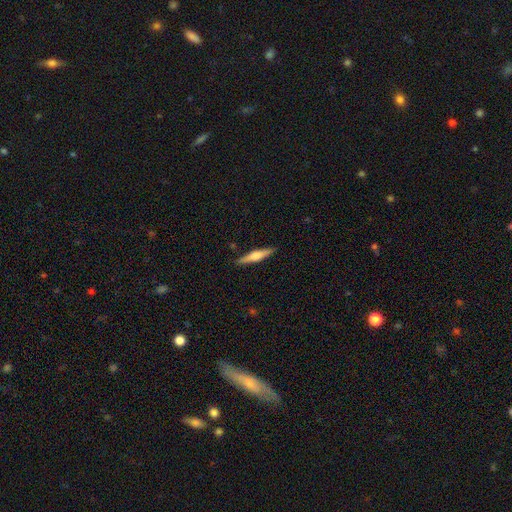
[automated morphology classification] smooth_or_featured: featured or disk (p=0.57) [alt: smooth p=0.38]
disk_edge_on: yes (p=0.97) [alt: no p=0.03]
edge_on_bulge: rounded (p=0.85) [alt: boxy p=0.10]
merging: none (p=0.90) [alt: minor disturbance p=0.07]